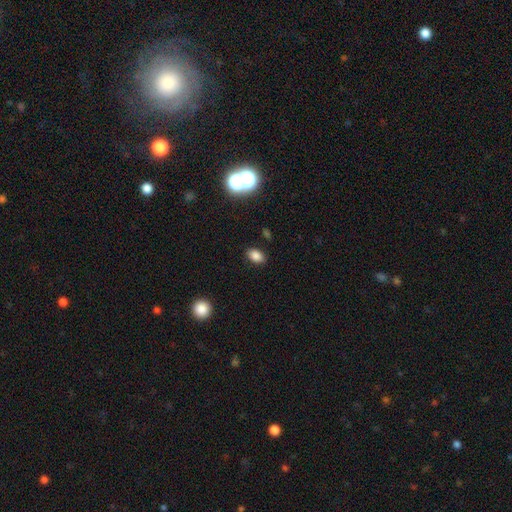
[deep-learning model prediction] This appears to be a smooth galaxy with no disk features (81%) that is in between round and cigar-shaped (82%). Merging: none (86%).